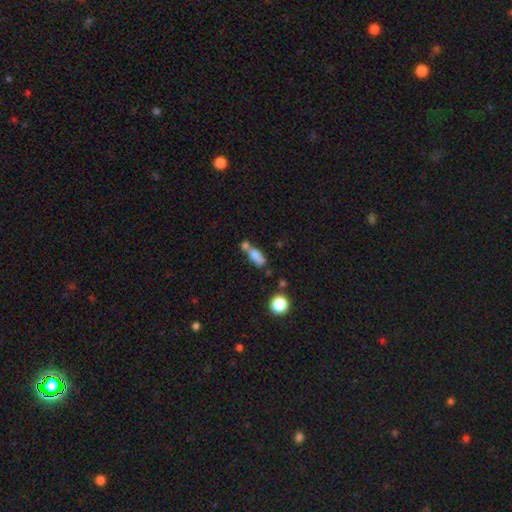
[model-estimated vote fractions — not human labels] Smooth or featured? Predicted: smooth (p=0.71). How rounded? Predicted: in between (p=0.68). Merging? Predicted: merger (p=0.44).